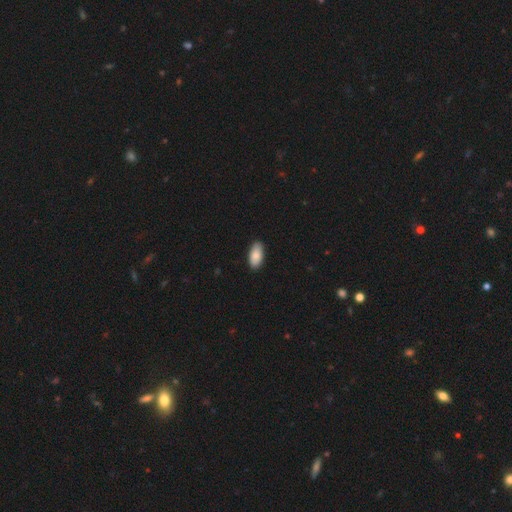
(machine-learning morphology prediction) Smooth or featured: smooth — 86% (featured or disk — 8%)
How rounded: in between — 94% (cigar-shaped — 4%)
Merging: none — 88% (minor disturbance — 9%)